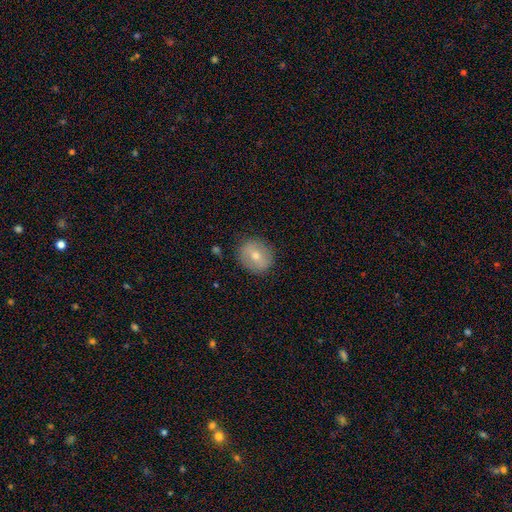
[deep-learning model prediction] Morphology: type=smooth (56%); roundness=round (79%); merging=none (88%).